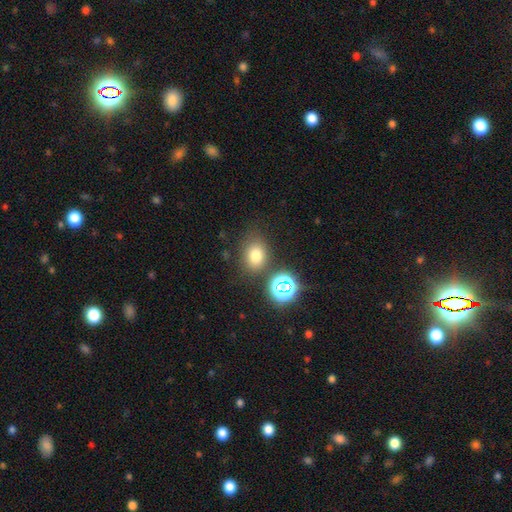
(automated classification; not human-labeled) A smooth galaxy with no disk features (72%) that is in between round and cigar-shaped (52%). Merging: none (73%).